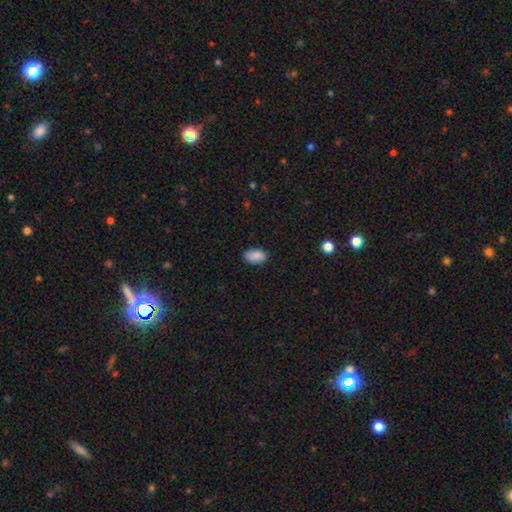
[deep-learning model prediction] Smooth or featured? Predicted: smooth (p=0.89). How rounded? Predicted: in between (p=0.91). Merging? Predicted: none (p=0.86).